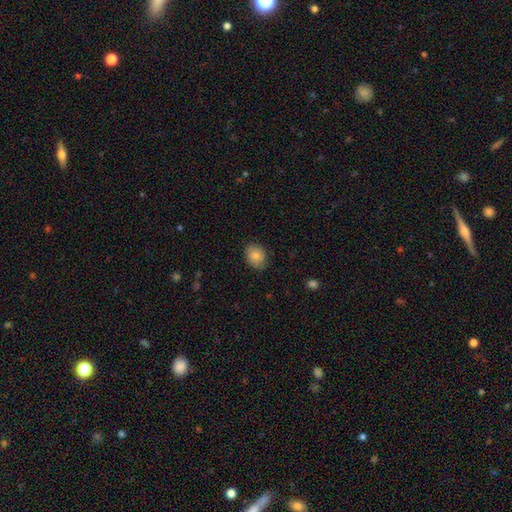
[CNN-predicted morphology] smooth 84%, featured or disk 8%, star or artifact 8%. Down the decision tree: how rounded — in between (56%); merging — none (84%).